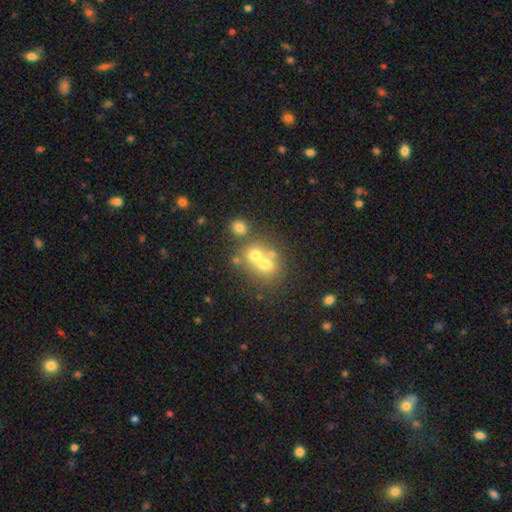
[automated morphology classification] A smooth galaxy with no disk features (52%) that is round (71%).

Vote fractions:
- Smooth or featured? smooth: 52% / featured or disk: 27% / star or artifact: 22%
- How rounded? round: 71% / in between: 28% / cigar-shaped: 1%
- Merging? merger: 53% / none: 36% / minor disturbance: 7% / major disturbance: 4%